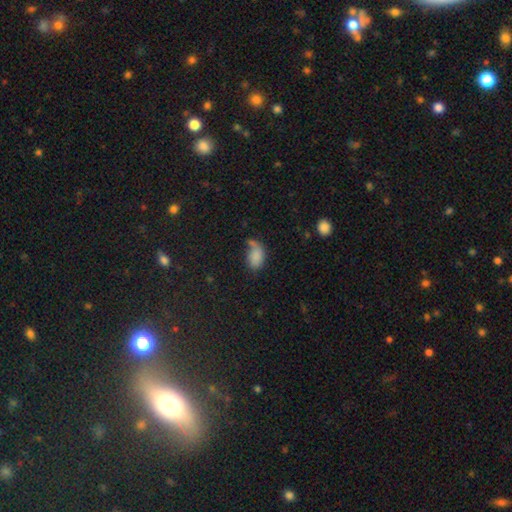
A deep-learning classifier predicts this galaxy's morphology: Q: Smooth or featured?
A: smooth (79%); runner-up: featured or disk (11%)
Q: How rounded?
A: in between (89%); runner-up: round (10%)
Q: Merging?
A: none (38%); runner-up: minor disturbance (26%)